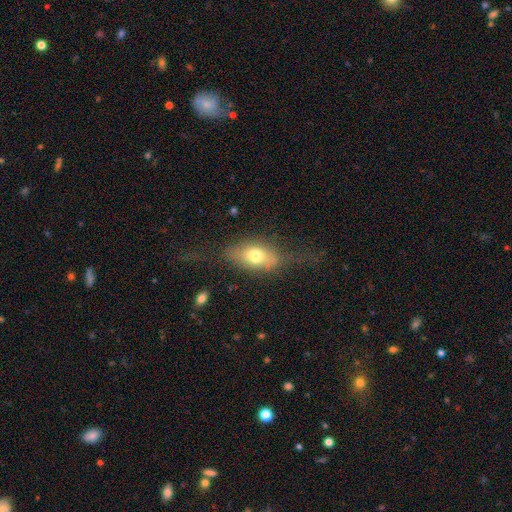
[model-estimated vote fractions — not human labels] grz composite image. It shows a smooth galaxy with no disk features (69%) that is in between round and cigar-shaped (86%). Merging: none (50%).